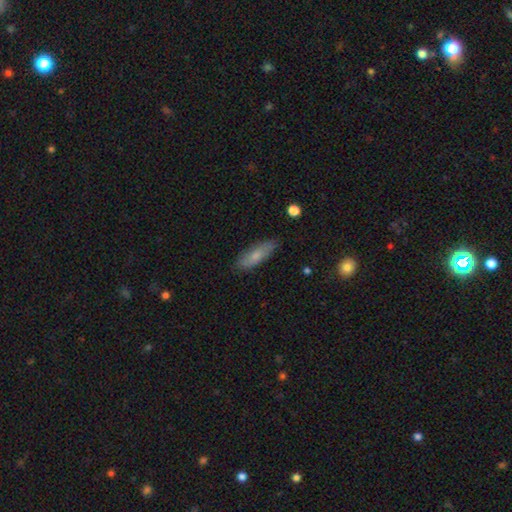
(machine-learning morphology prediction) The model was most divided on "how rounded": in between: 52%, cigar-shaped: 45%, round: 2%. More confident: merging — none (82%); smooth or featured — smooth (70%).